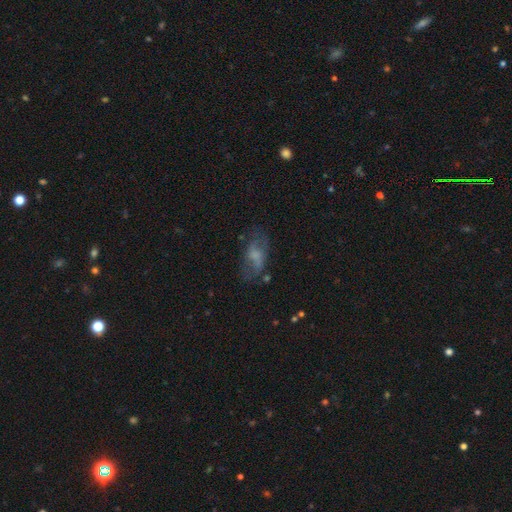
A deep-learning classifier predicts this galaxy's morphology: The model was most divided on "smooth or featured": smooth: 48%, featured or disk: 41%, star or artifact: 11%. More confident: merging — none (51%).